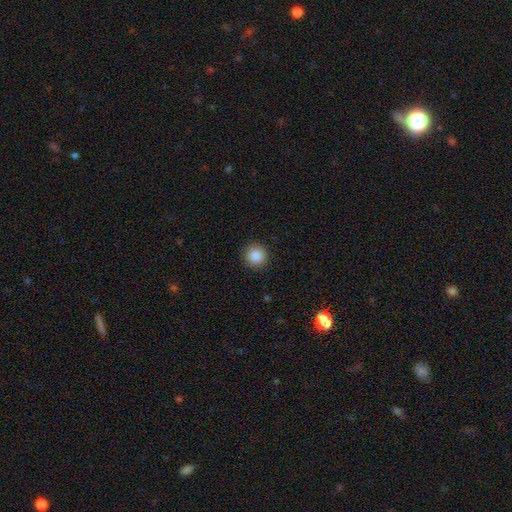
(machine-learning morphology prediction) Smooth or featured: smooth — 86% (star or artifact — 9%)
How rounded: round — 95% (in between — 5%)
Merging: none — 92% (minor disturbance — 6%)